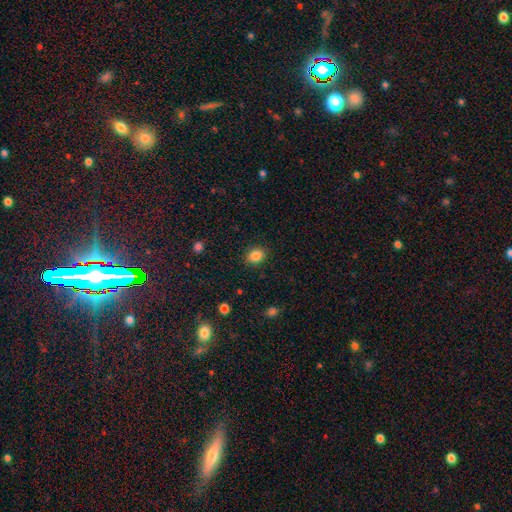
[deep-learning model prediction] Smooth or featured? Predicted: smooth (p=0.86). How rounded? Predicted: round (p=0.55). Merging? Predicted: none (p=0.89).